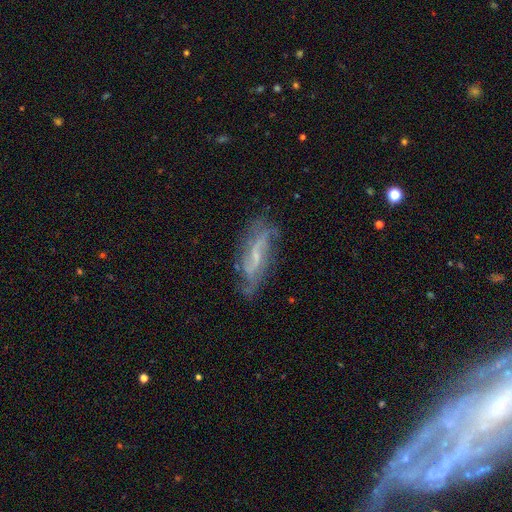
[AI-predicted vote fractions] Smooth or featured? Predicted: featured or disk (p=0.74). Edge-on disk? Predicted: no (p=0.78). Bar? Predicted: weak (p=0.45). Spiral arms? Predicted: yes (p=0.82). Bulge size? Predicted: small (p=0.60). Merging? Predicted: none (p=0.64).